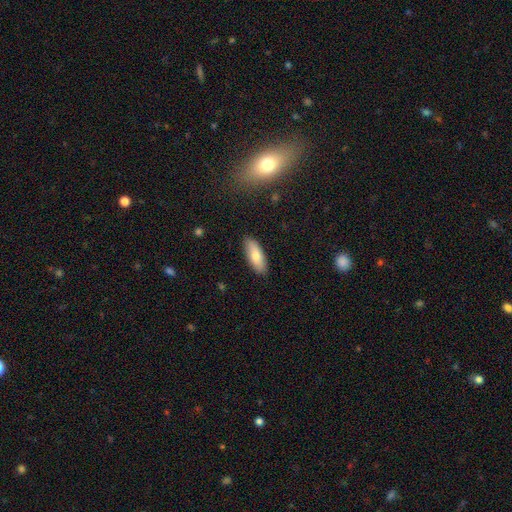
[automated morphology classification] Q: Smooth or featured?
A: smooth (77%); runner-up: featured or disk (17%)
Q: How rounded?
A: in between (73%); runner-up: cigar-shaped (25%)
Q: Merging?
A: none (86%); runner-up: minor disturbance (11%)